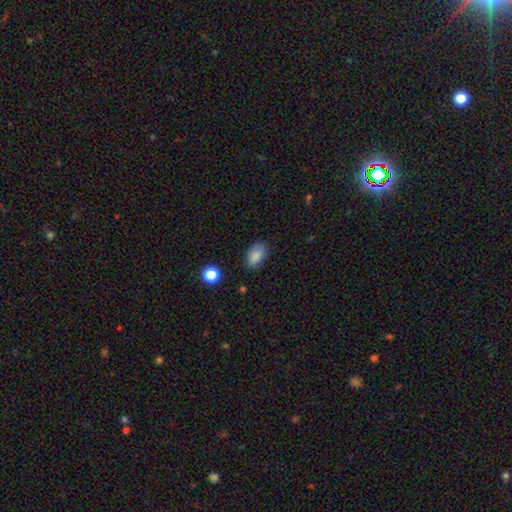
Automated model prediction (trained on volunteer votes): The model was most divided on "merging": none: 77%, minor disturbance: 18%, major disturbance: 4%, merger: 2%. More confident: how rounded — in between (88%); smooth or featured — smooth (86%).